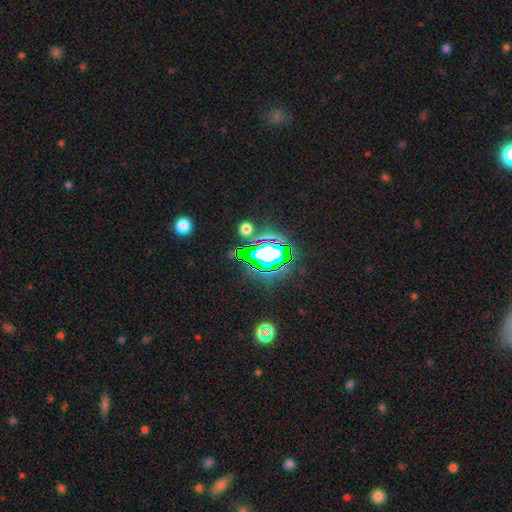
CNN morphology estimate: Smooth or featured?
  - star or artifact: 75% *
  - smooth: 14%
  - featured or disk: 11%